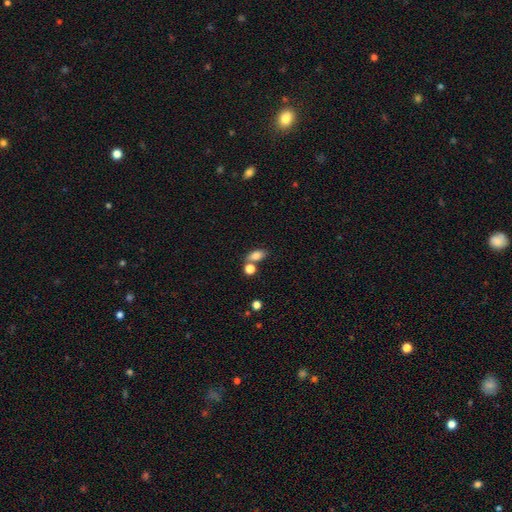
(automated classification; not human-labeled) smooth_or_featured: smooth (p=0.79) [alt: featured or disk p=0.11]
how_rounded: in between (p=0.82) [alt: round p=0.12]
merging: none (p=0.56) [alt: merger p=0.28]